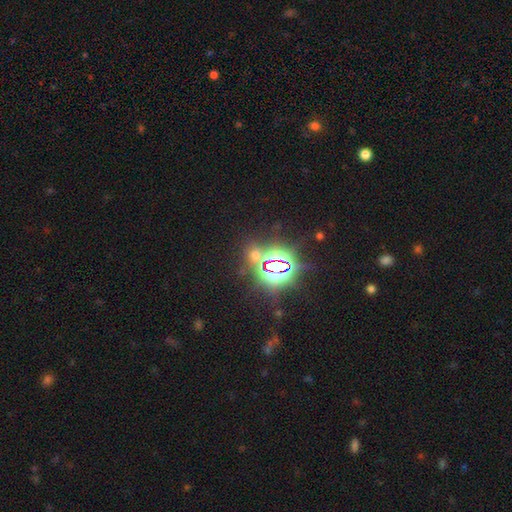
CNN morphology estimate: This appears to be a star or artifact, not a galaxy (68%).